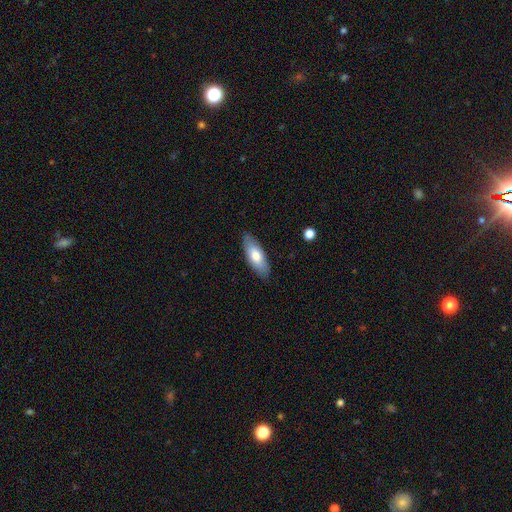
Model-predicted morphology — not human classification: Smooth or featured? Predicted: smooth (p=0.72). How rounded? Predicted: in between (p=0.74). Merging? Predicted: none (p=0.87).